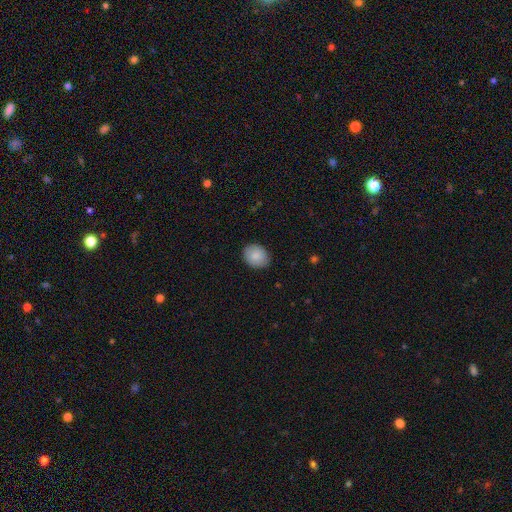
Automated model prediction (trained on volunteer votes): smooth_or_featured: smooth (p=0.87) [alt: star or artifact p=0.07]
how_rounded: in between (p=0.54) [alt: round p=0.45]
merging: none (p=0.87) [alt: minor disturbance p=0.10]